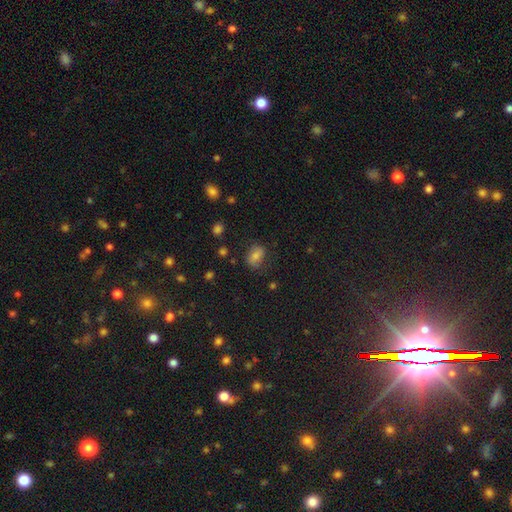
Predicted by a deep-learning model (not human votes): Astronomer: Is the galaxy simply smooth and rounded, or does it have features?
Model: smooth — 67%.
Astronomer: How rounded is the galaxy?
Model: in between — 76%.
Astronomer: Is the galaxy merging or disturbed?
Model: none — 69%.